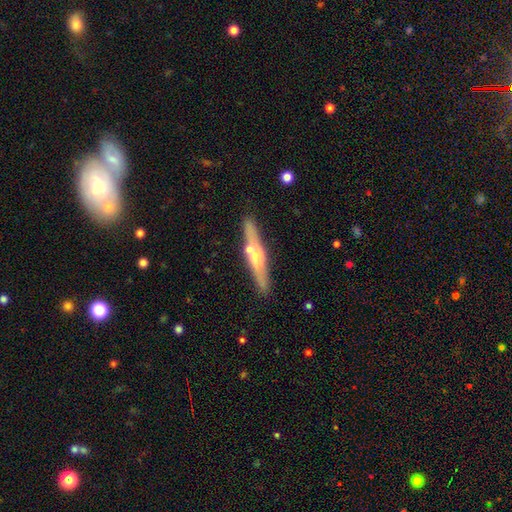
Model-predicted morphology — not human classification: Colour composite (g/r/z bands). It shows a featured or disk galaxy (57%) viewed edge-on (91%) with a rounded central bulge (82%). Merging: none (80%).